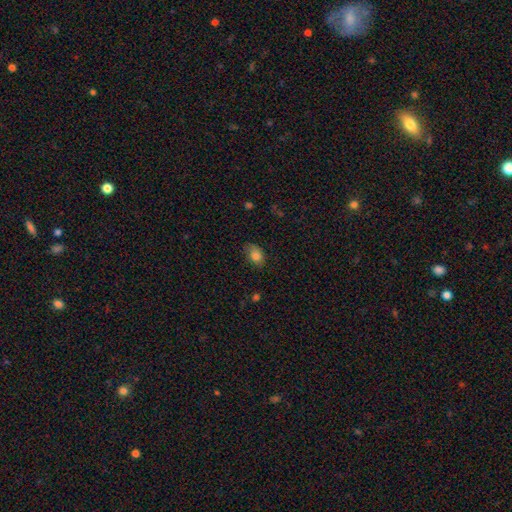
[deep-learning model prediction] smooth_or_featured: smooth (p=0.82) [alt: star or artifact p=0.09]
how_rounded: in between (p=0.81) [alt: round p=0.17]
merging: none (p=0.67) [alt: minor disturbance p=0.25]